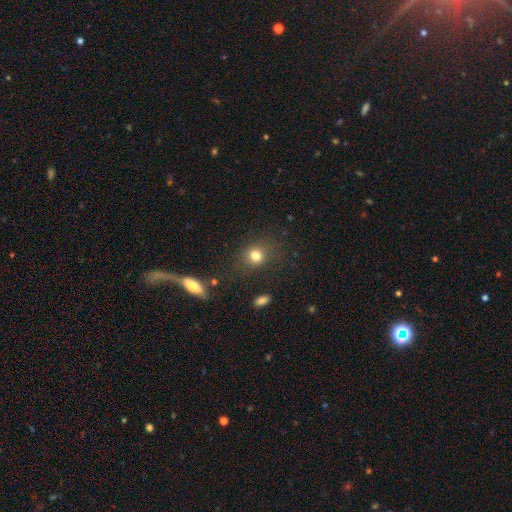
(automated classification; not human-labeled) The model was most divided on "how rounded": round: 75%, in between: 24%, cigar-shaped: 1%. More confident: smooth or featured — smooth (80%); merging — none (80%).